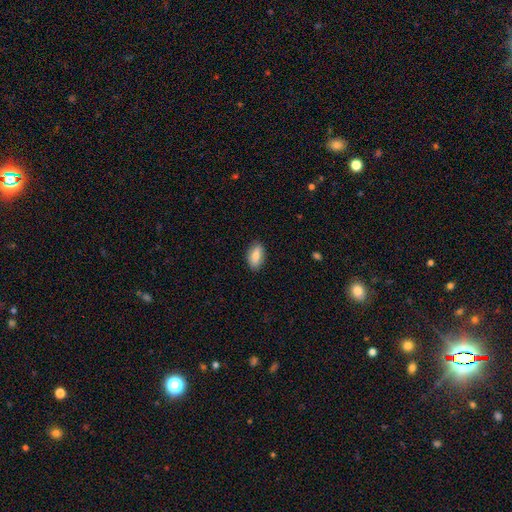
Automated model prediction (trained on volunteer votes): smooth-or-featured: smooth: 80% | featured or disk: 13% | star or artifact: 7%
  how-rounded: in between: 90% | cigar-shaped: 6% | round: 4%
  merging: none: 85% | minor disturbance: 11% | major disturbance: 2% | merger: 1%